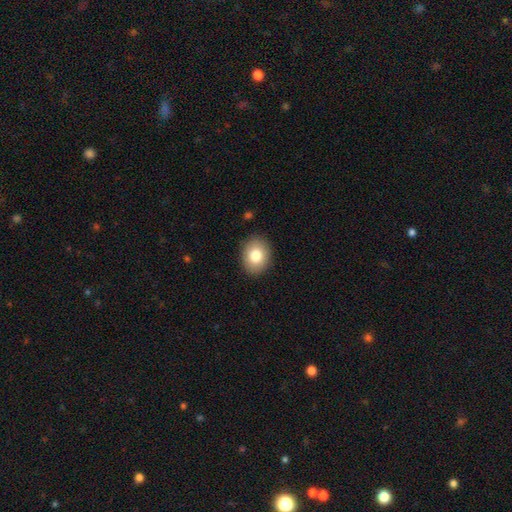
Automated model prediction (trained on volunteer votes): Smooth or featured: smooth — 81% (featured or disk — 10%)
How rounded: in between — 53% (round — 46%)
Merging: none — 89% (minor disturbance — 8%)